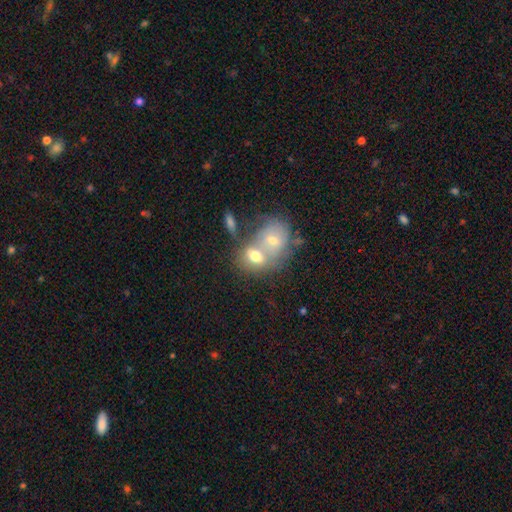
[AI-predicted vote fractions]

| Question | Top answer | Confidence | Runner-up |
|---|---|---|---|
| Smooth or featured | smooth | 64% | featured or disk (26%) |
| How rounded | in between | 57% | round (41%) |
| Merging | merger | 64% | none (23%) |